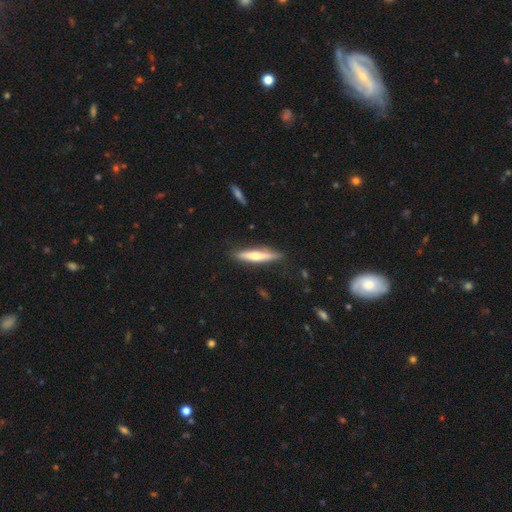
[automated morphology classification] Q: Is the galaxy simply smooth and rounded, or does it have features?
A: featured or disk — 51%.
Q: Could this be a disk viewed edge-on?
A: yes — 93%.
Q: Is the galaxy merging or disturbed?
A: none — 86%.